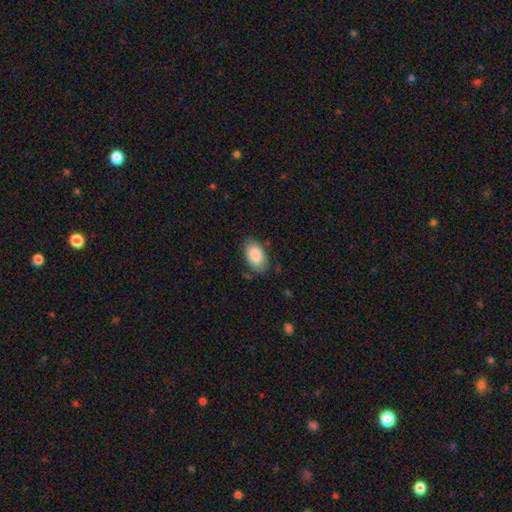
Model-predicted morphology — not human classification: Overall: smooth (88%). How rounded: in between (93%). Merging: none (79%).